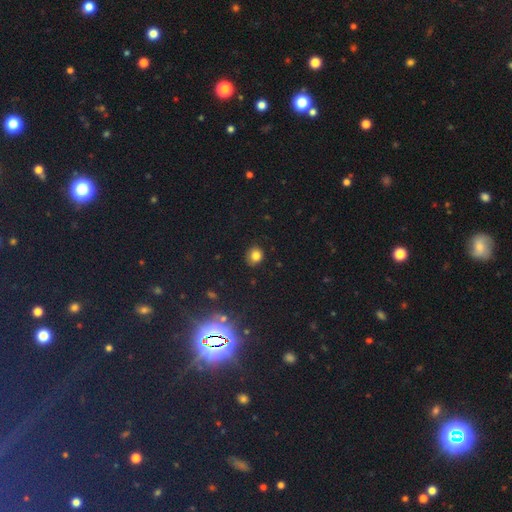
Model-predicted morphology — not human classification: Smooth or featured? Predicted: smooth (p=0.81). How rounded? Predicted: round (p=0.76). Merging? Predicted: none (p=0.82).